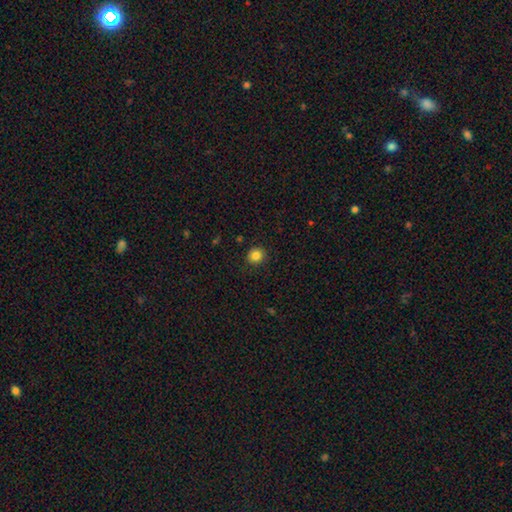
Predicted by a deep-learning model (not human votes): Q: Smooth or featured?
A: smooth (84%); runner-up: star or artifact (11%)
Q: How rounded?
A: round (90%); runner-up: in between (9%)
Q: Merging?
A: none (91%); runner-up: minor disturbance (6%)